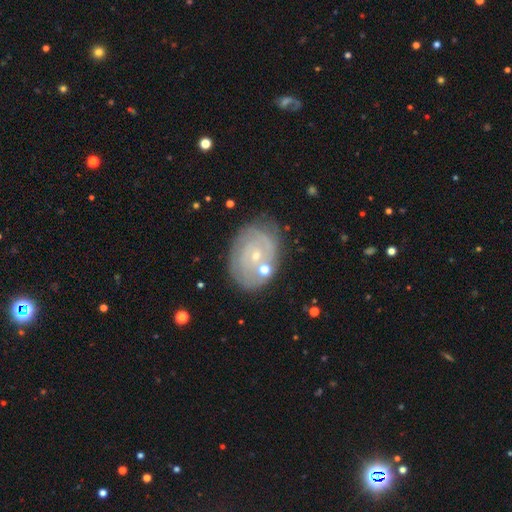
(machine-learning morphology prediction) smooth_or_featured: featured or disk (p=0.77) [alt: smooth p=0.15]
disk_edge_on: no (p=0.97) [alt: yes p=0.03]
bar: no (p=0.70) [alt: weak p=0.25]
has_spiral_arms: yes (p=0.86) [alt: no p=0.14]
spiral_winding: tight (p=0.73) [alt: medium p=0.21]
spiral_arm_count: can't tell (p=0.39) [alt: 2 p=0.36]
bulge_size: small (p=0.76) [alt: moderate p=0.20]
merging: none (p=0.72) [alt: minor disturbance p=0.17]